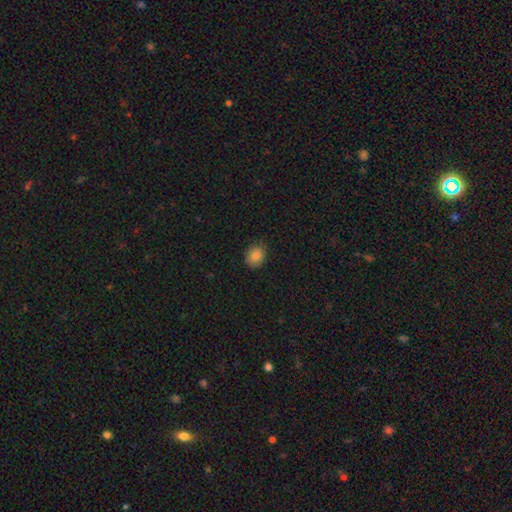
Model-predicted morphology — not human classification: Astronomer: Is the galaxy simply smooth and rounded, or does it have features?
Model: smooth — 83%.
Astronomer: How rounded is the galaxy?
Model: round — 57% (runner-up: in between, 42%).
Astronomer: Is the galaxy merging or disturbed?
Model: none — 84%.